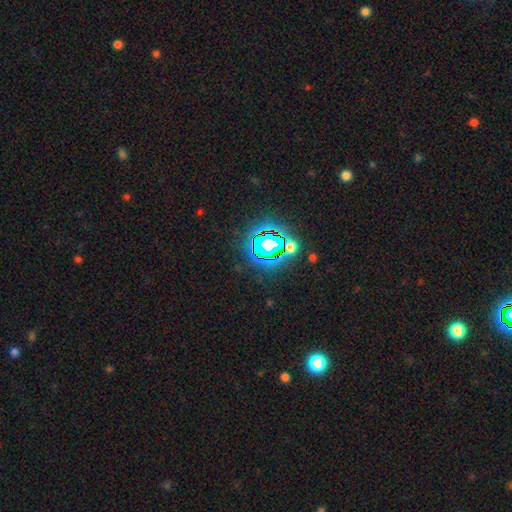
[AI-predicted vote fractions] This is clearly a star or artifact rather than a galaxy (83%).